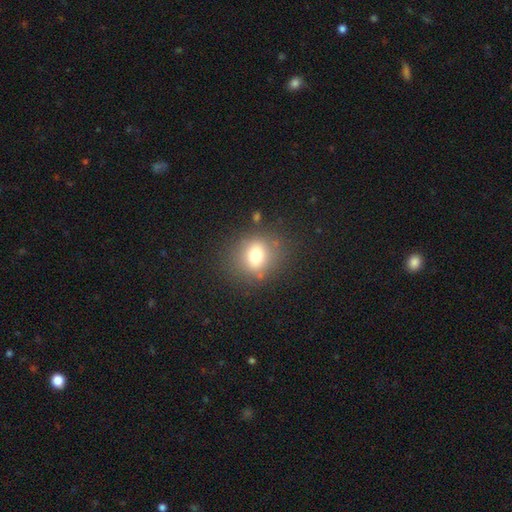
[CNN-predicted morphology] smooth-or-featured: smooth: 72% | featured or disk: 15% | star or artifact: 13%
  how-rounded: round: 65% | in between: 33% | cigar-shaped: 1%
  merging: none: 78% | minor disturbance: 13% | major disturbance: 6% | merger: 3%